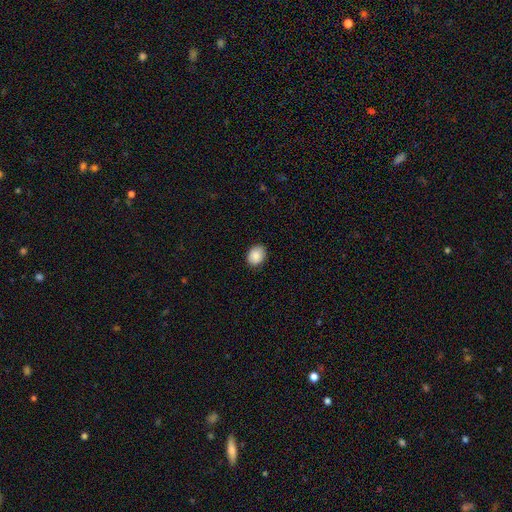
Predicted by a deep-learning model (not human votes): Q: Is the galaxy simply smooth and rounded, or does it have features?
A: smooth — 88%.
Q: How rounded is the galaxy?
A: in between — 61%.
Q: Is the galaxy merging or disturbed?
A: none — 87%.